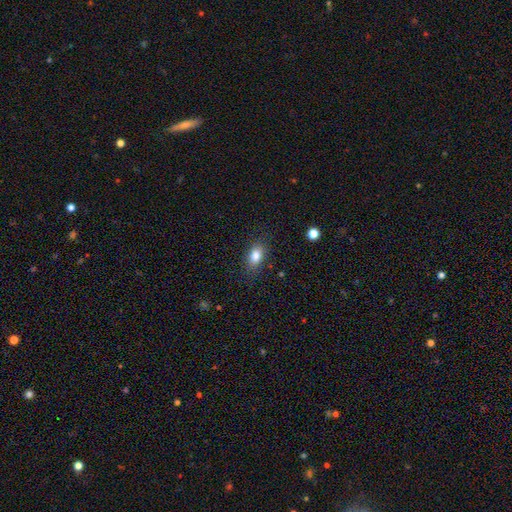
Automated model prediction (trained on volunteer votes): Morphology: type=smooth (83%); roundness=in between (86%); merging=none (83%).